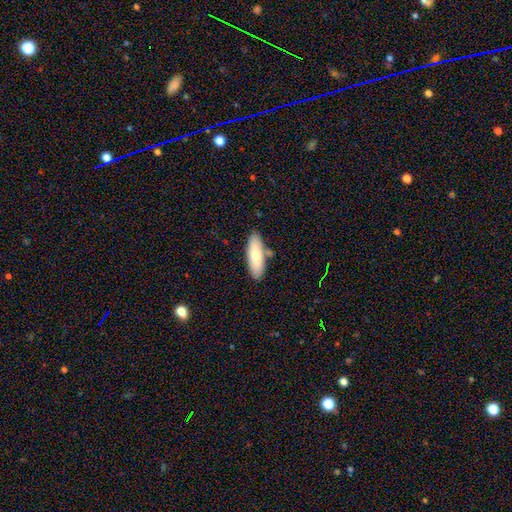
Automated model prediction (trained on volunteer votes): A smooth galaxy with no disk features (76%) that is in between round and cigar-shaped (54%).

Vote fractions:
- Smooth or featured? smooth: 76% / featured or disk: 18% / star or artifact: 6%
- How rounded? in between: 54% / cigar-shaped: 45% / round: 2%
- Merging? none: 80% / minor disturbance: 12% / merger: 6% / major disturbance: 2%